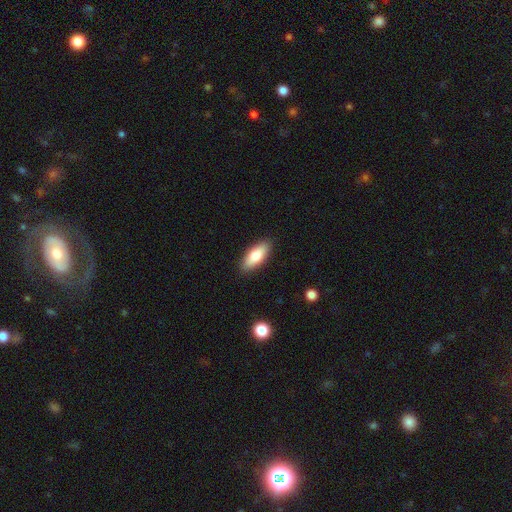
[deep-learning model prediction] Overall: smooth (75%). How rounded: in between (76%). Merging: none (88%).